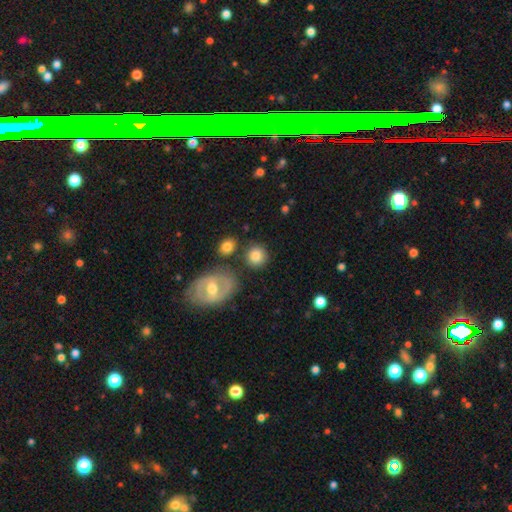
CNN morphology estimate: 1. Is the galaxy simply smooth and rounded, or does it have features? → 78% smooth, 14% featured or disk, 8% star or artifact.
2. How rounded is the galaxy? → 84% round, 14% in between, 1% cigar-shaped.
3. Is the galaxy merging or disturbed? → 77% none, 11% minor disturbance, 8% merger, 4% major disturbance.